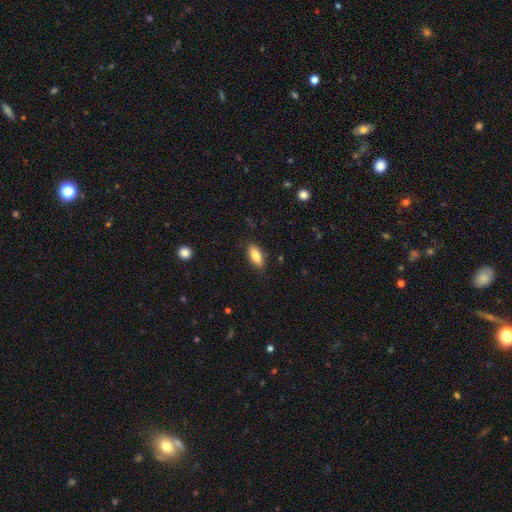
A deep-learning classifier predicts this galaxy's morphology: smooth 83%, featured or disk 10%, star or artifact 7%. Down the decision tree: how rounded — in between (81%); merging — none (85%).